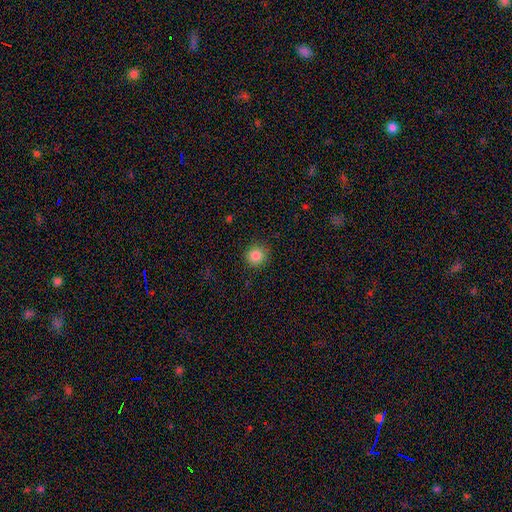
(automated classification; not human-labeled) A smooth galaxy with no disk features (86%) that is round (93%). Merging: none (89%).